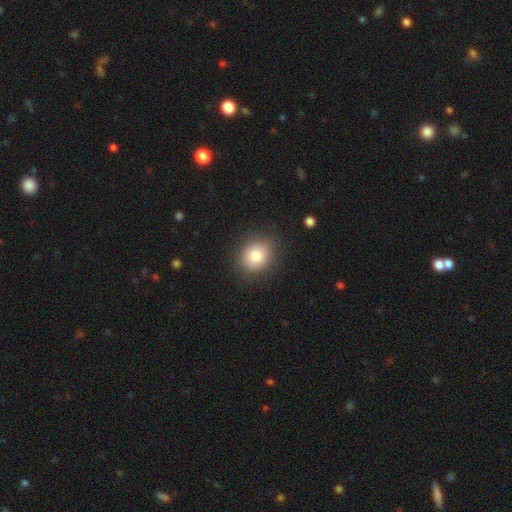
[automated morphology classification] A smooth galaxy with no disk features (83%) that is round (67%).

Vote fractions:
- Smooth or featured? smooth: 83% / star or artifact: 9% / featured or disk: 8%
- How rounded? round: 67% / in between: 32% / cigar-shaped: 1%
- Merging? none: 87% / minor disturbance: 9% / major disturbance: 3% / merger: 1%